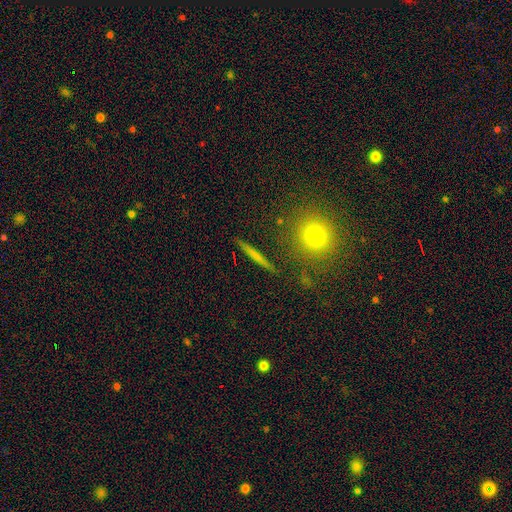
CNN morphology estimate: Smooth or featured?
  - smooth: 53% *
  - featured or disk: 36%
  - star or artifact: 11%
How rounded?
  - cigar-shaped: 87% *
  - round: 7%
  - in between: 6%
Merging?
  - none: 90% *
  - minor disturbance: 6%
  - merger: 2%
  - major disturbance: 2%